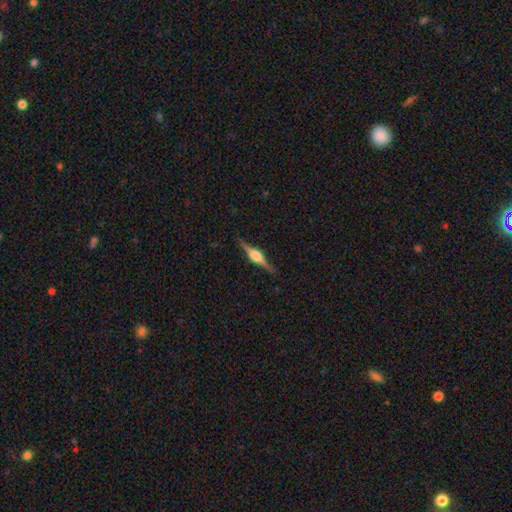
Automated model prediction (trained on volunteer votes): Morphology: type=featured or disk (81%); edge-on=yes (98%); edge-on bulge=rounded (89%); merging=none (89%).